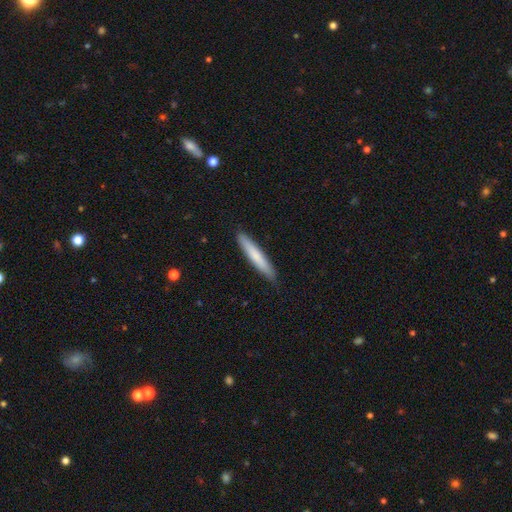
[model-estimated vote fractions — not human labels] This appears to be a smooth galaxy with no disk features (74%) that is cigar-shaped (93%). Merging: none (88%).